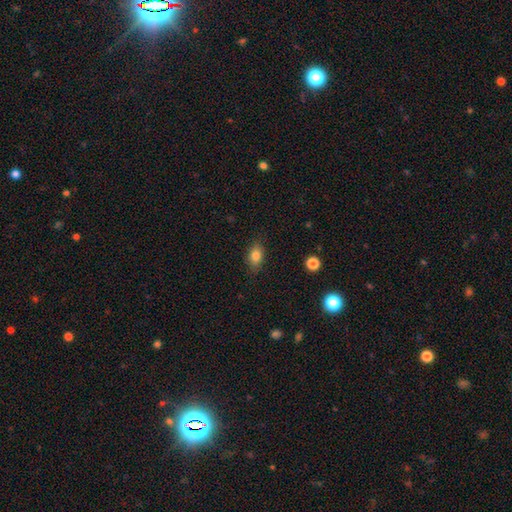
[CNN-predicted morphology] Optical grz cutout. It shows a smooth galaxy with no disk features (81%) that is in between round and cigar-shaped (79%). Merging: none (84%).